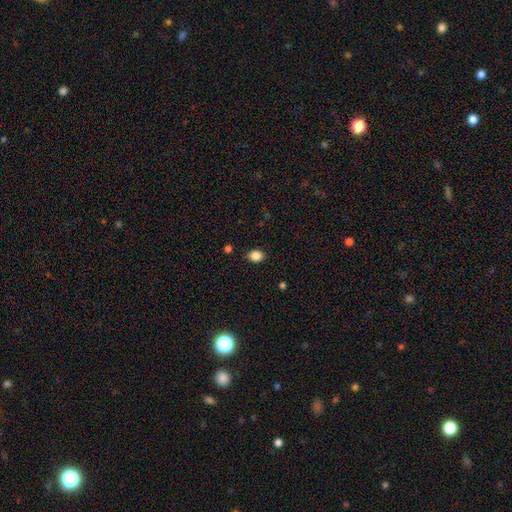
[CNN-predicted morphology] Smooth or featured: smooth — 86% (star or artifact — 10%)
How rounded: in between — 58% (round — 41%)
Merging: none — 86% (minor disturbance — 10%)